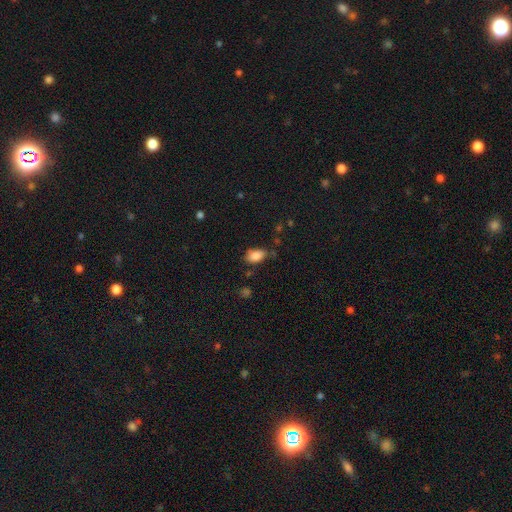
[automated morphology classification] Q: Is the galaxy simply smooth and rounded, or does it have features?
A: smooth — 85%.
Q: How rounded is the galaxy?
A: in between — 90%.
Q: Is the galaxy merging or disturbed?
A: none — 65%.